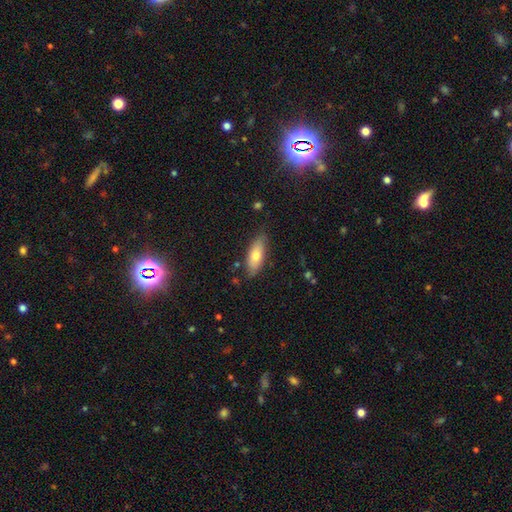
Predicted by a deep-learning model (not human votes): The model was most divided on "smooth or featured": smooth: 70%, featured or disk: 24%, star or artifact: 6%. More confident: merging — none (78%); how rounded — in between (72%).